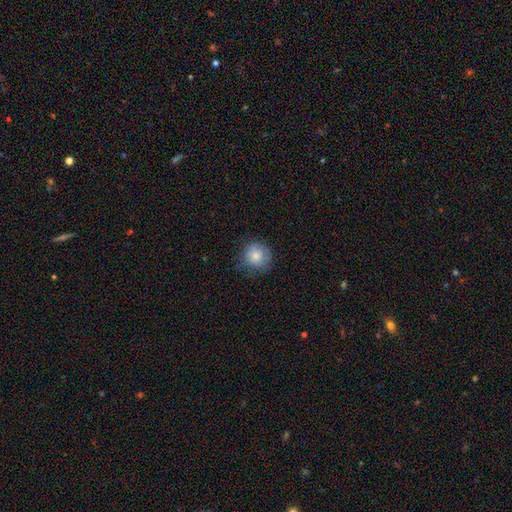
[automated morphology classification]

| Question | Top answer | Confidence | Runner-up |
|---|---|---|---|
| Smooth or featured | smooth | 79% | featured or disk (13%) |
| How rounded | round | 91% | in between (8%) |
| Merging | none | 71% | minor disturbance (21%) |